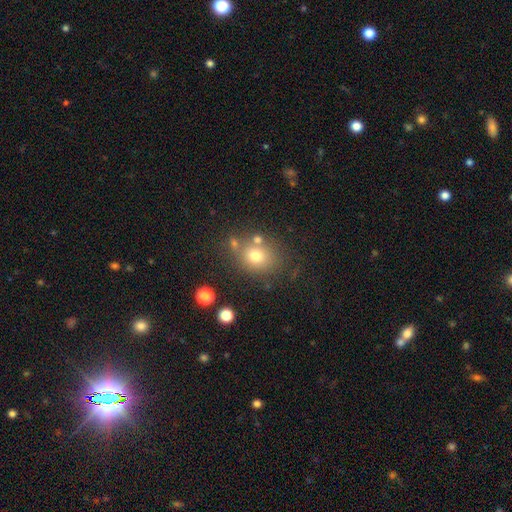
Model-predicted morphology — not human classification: smooth-or-featured: smooth: 72% | star or artifact: 15% | featured or disk: 13%
  how-rounded: round: 69% | in between: 30% | cigar-shaped: 1%
  merging: none: 67% | merger: 13% | minor disturbance: 13% | major disturbance: 6%